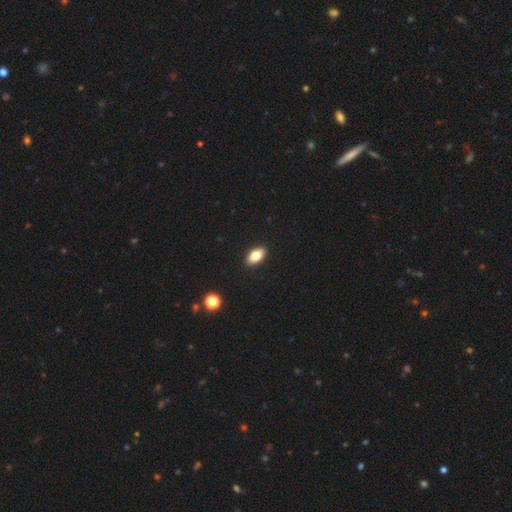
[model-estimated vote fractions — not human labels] Overall: smooth (79%). How rounded: in between (90%). Merging: none (91%).